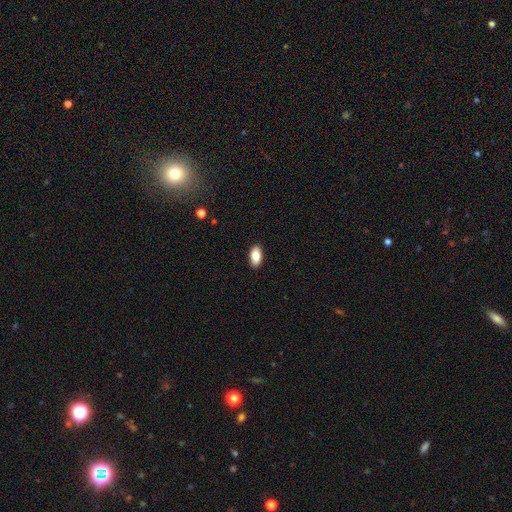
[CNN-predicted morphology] Smooth or featured? Predicted: smooth (p=0.85). How rounded? Predicted: in between (p=0.91). Merging? Predicted: none (p=0.90).